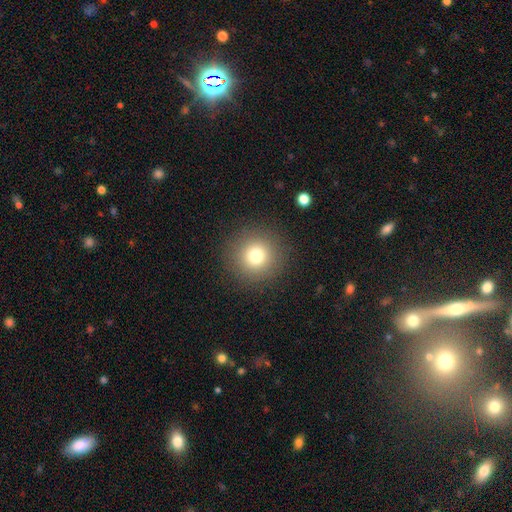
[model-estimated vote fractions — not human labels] Morphology: type=smooth (76%); roundness=round (95%); merging=none (90%).